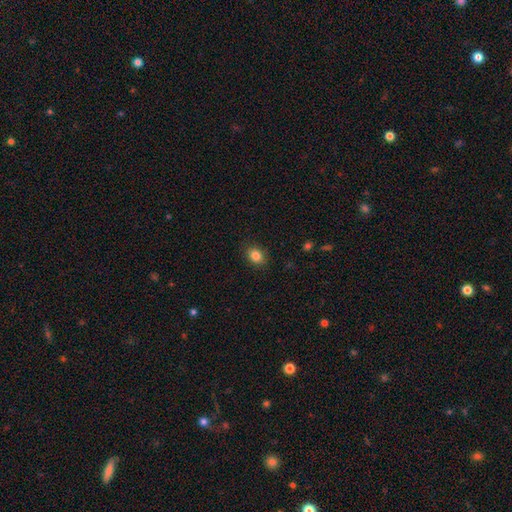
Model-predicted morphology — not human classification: A smooth galaxy with no disk features (84%) that is in between round and cigar-shaped (59%). Merging: none (87%).